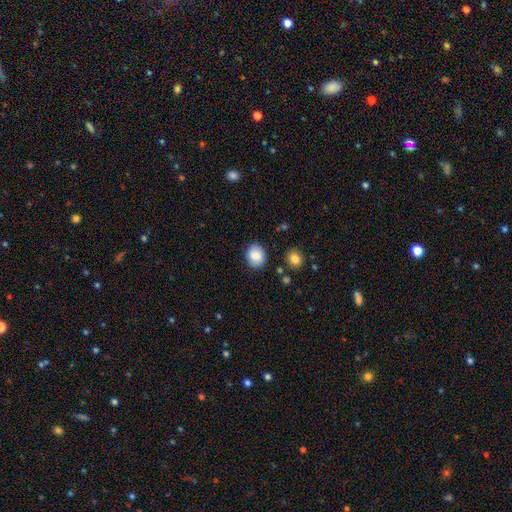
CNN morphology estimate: smooth_or_featured: smooth (p=0.81) [alt: featured or disk p=0.11]
how_rounded: round (p=0.68) [alt: in between p=0.31]
merging: none (p=0.82) [alt: minor disturbance p=0.12]